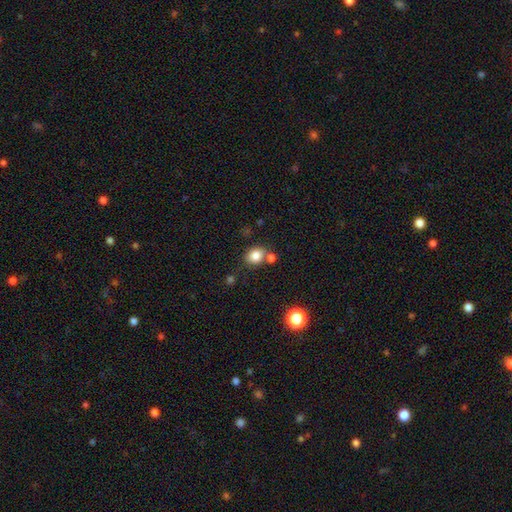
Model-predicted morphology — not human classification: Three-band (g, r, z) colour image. It shows a smooth galaxy with no disk features (83%) that is round (55%). Merging: none (64%).